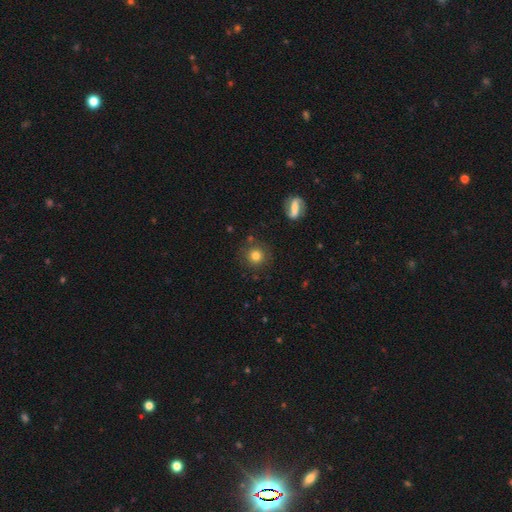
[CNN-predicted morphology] smooth 76%, star or artifact 13%, featured or disk 11%. Down the decision tree: how rounded — round (93%); merging — none (85%).